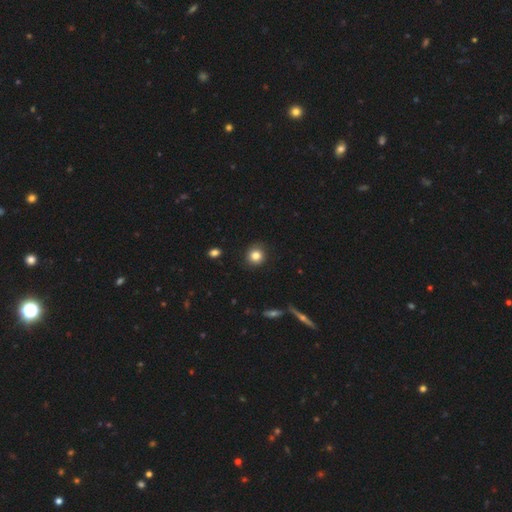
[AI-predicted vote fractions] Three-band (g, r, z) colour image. It shows a smooth galaxy with no disk features (83%) that is round (89%). Merging: none (88%).